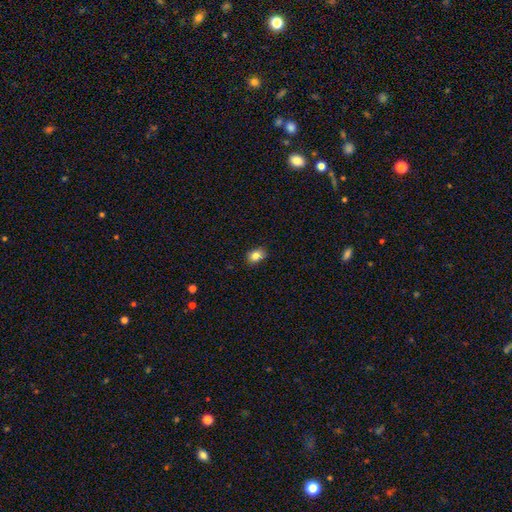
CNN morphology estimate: Smooth or featured? Predicted: smooth (p=0.83). How rounded? Predicted: in between (p=0.67). Merging? Predicted: none (p=0.83).